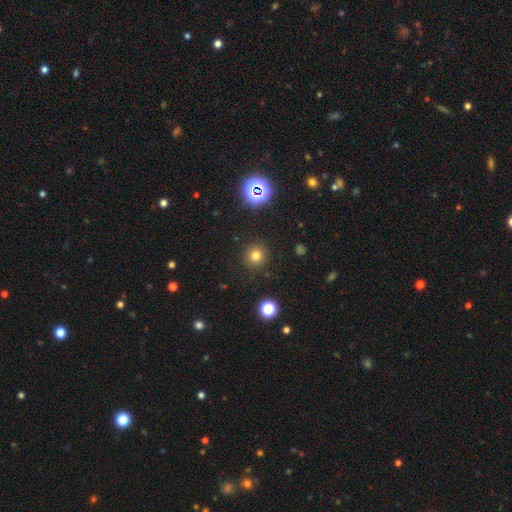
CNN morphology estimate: Smooth or featured?
  - smooth: 74% *
  - star or artifact: 19%
  - featured or disk: 7%
How rounded?
  - round: 92% *
  - in between: 7%
  - cigar-shaped: 1%
Merging?
  - none: 89% *
  - minor disturbance: 6%
  - major disturbance: 3%
  - merger: 2%